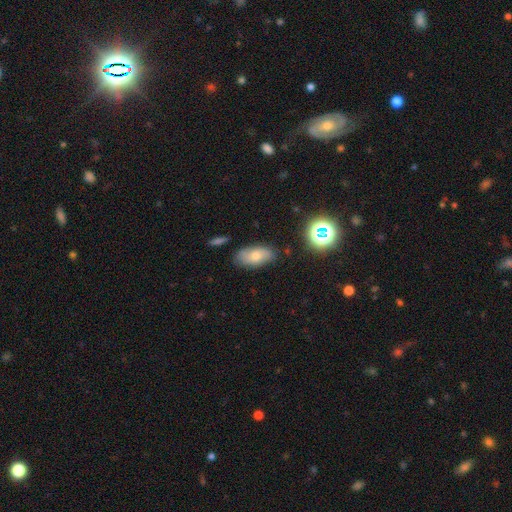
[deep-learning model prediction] Overall: smooth (69%). How rounded: in between (91%). Merging: none (77%).